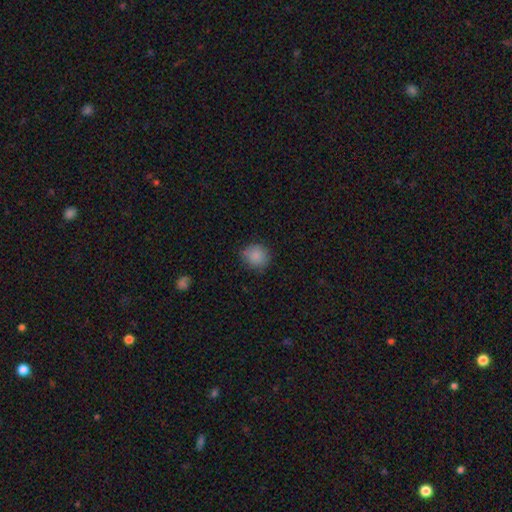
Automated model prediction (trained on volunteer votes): smooth 86%, star or artifact 9%, featured or disk 5%. Down the decision tree: how rounded — round (83%); merging — none (82%).